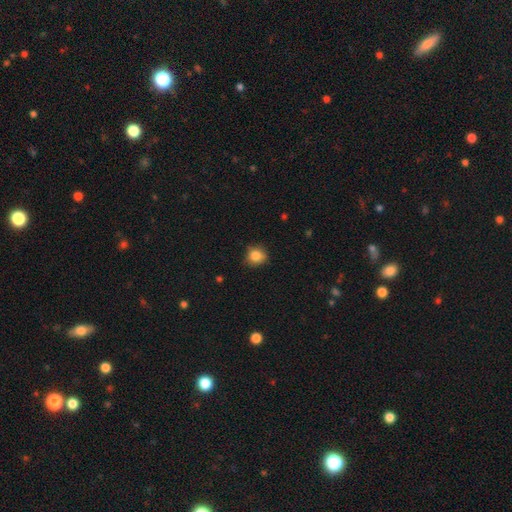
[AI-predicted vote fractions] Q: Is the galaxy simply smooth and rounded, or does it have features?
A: smooth — 84%.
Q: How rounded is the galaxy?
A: round — 84%.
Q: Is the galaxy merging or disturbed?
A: none — 80%.